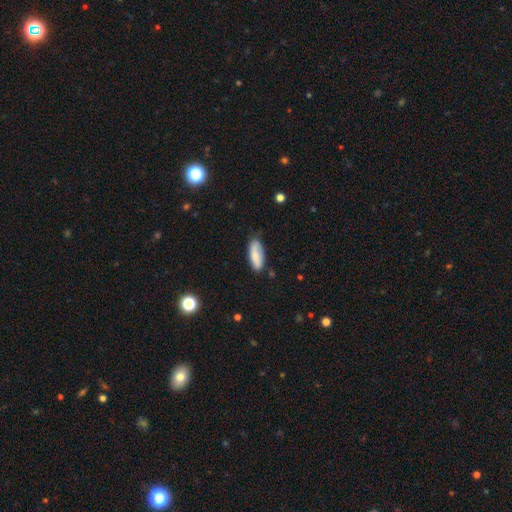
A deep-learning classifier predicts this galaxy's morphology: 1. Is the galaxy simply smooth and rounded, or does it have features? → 78% smooth, 16% featured or disk, 6% star or artifact.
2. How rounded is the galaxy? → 73% in between, 25% cigar-shaped, 2% round.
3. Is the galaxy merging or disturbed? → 73% none, 21% minor disturbance, 4% major disturbance, 2% merger.